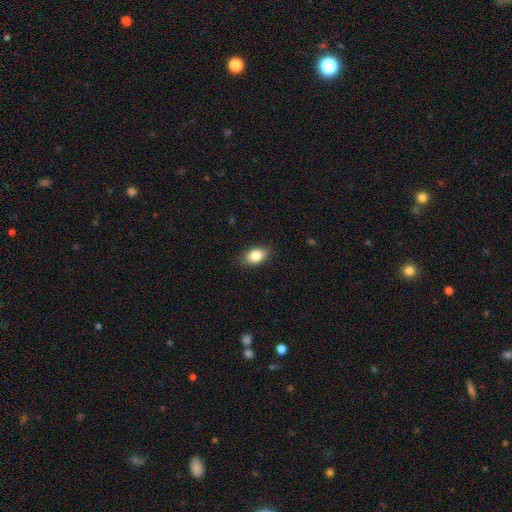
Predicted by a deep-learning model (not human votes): This is clearly a smooth galaxy (83%). How rounded: clearly in between (85%). Merging: clearly none (84%).